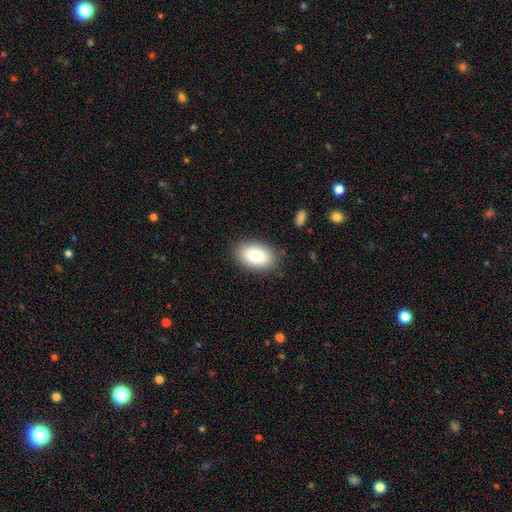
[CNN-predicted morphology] The model was most divided on "smooth or featured": smooth: 81%, featured or disk: 12%, star or artifact: 7%. More confident: how rounded — in between (91%); merging — none (86%).